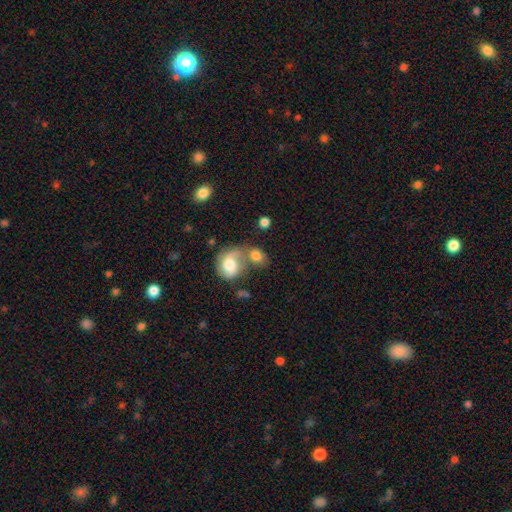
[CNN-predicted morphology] Smooth or featured?
  - smooth: 70% *
  - featured or disk: 21%
  - star or artifact: 9%
How rounded?
  - in between: 52% *
  - round: 46%
  - cigar-shaped: 2%
Merging?
  - merger: 48% *
  - none: 31%
  - minor disturbance: 12%
  - major disturbance: 9%